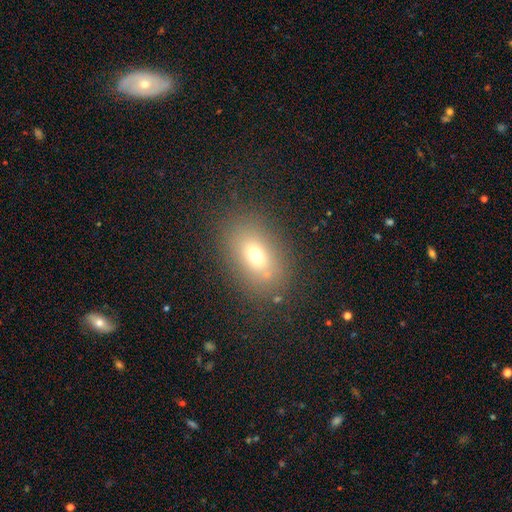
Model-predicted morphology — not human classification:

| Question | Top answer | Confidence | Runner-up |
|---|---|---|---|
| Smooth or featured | smooth | 69% | featured or disk (16%) |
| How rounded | in between | 77% | round (20%) |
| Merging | none | 80% | minor disturbance (11%) |